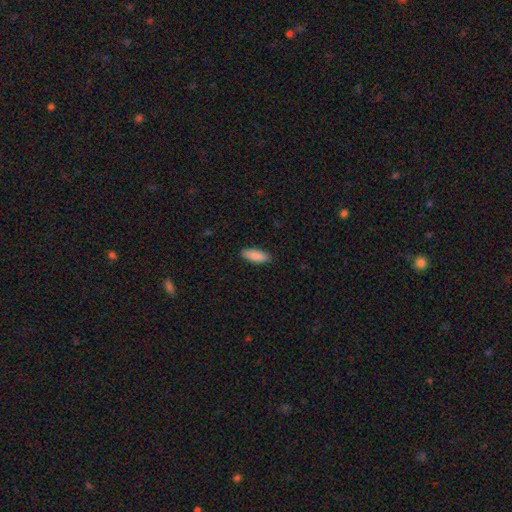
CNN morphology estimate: type=smooth (90%); roundness=in between (80%); merging=none (89%).